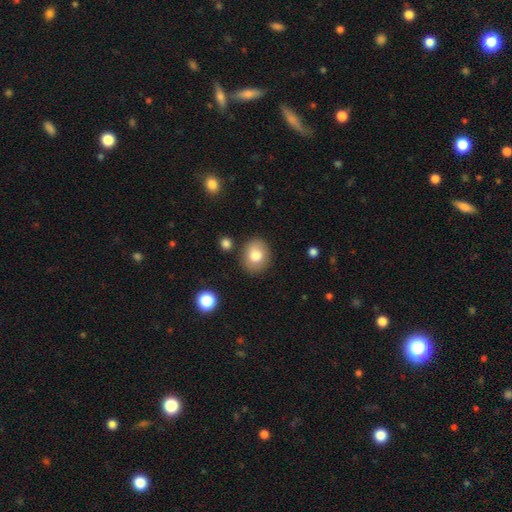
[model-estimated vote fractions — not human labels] Q: Smooth or featured?
A: smooth (78%); runner-up: featured or disk (13%)
Q: How rounded?
A: round (55%); runner-up: in between (44%)
Q: Merging?
A: none (84%); runner-up: minor disturbance (10%)